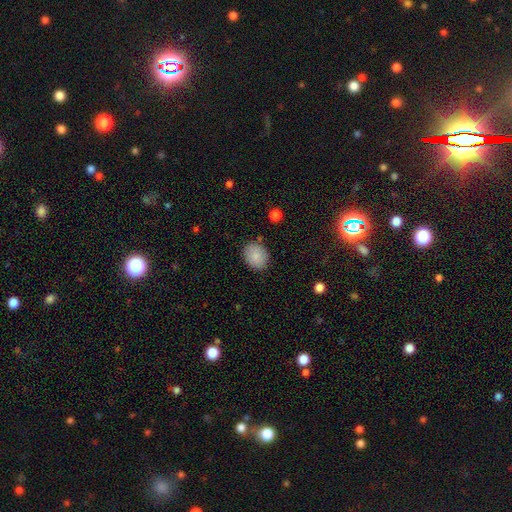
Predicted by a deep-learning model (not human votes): smooth-or-featured: smooth: 87% | star or artifact: 7% | featured or disk: 6%
  how-rounded: in between: 59% | round: 40% | cigar-shaped: 1%
  merging: none: 85% | minor disturbance: 11% | major disturbance: 3% | merger: 2%